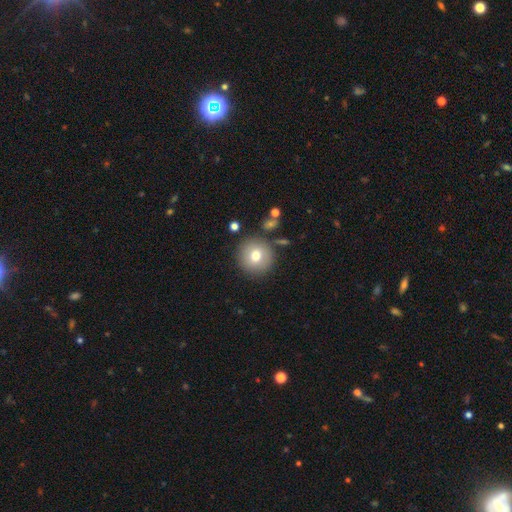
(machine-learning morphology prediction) This appears to be a smooth galaxy with no disk features (74%) that is round (95%). Merging: none (84%).